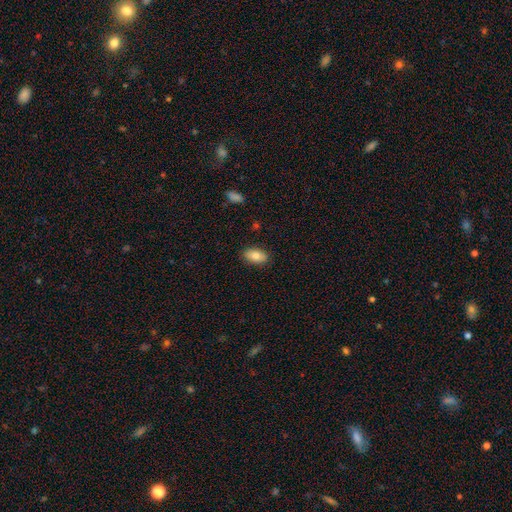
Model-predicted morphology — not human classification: smooth-or-featured: smooth: 81% | featured or disk: 12% | star or artifact: 7%
  how-rounded: in between: 92% | round: 5% | cigar-shaped: 3%
  merging: none: 88% | minor disturbance: 9% | major disturbance: 2% | merger: 1%